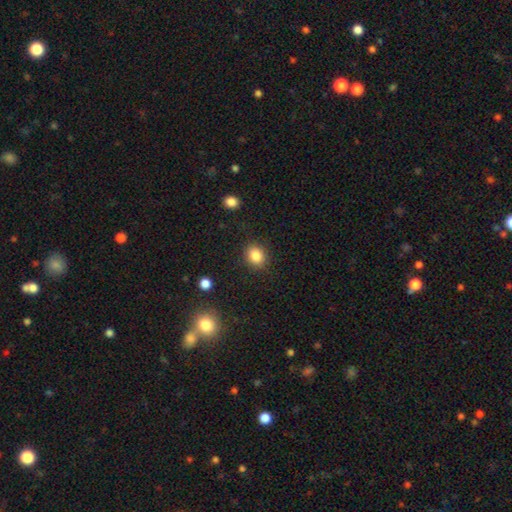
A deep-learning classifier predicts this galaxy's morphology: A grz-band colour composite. It shows a smooth galaxy with no disk features (85%) that is round (62%). Merging: none (87%).